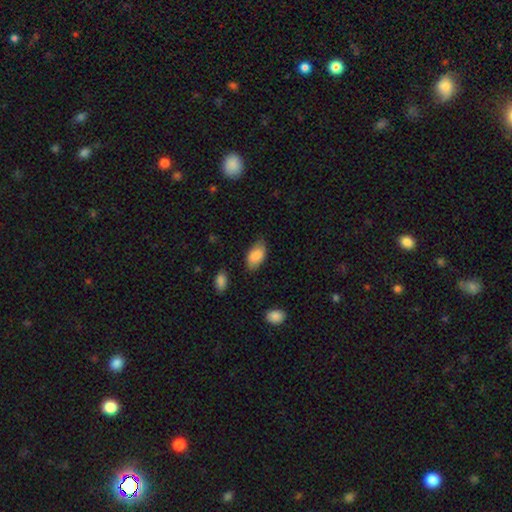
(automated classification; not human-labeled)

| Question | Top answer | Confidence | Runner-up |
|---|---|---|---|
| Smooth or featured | smooth | 86% | featured or disk (7%) |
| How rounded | in between | 94% | round (4%) |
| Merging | none | 75% | minor disturbance (20%) |